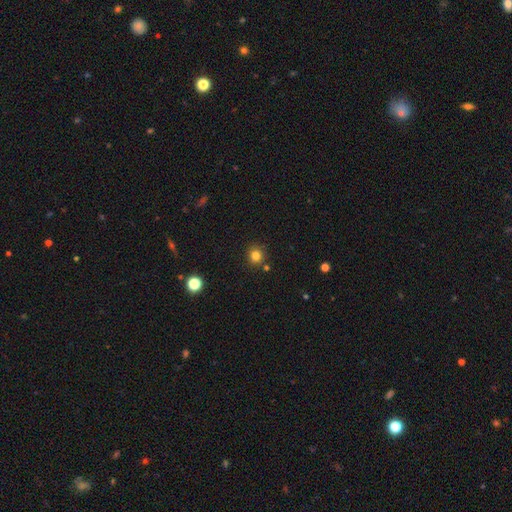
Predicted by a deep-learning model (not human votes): A smooth galaxy with no disk features (81%) that is round (90%). Merging: none (86%).